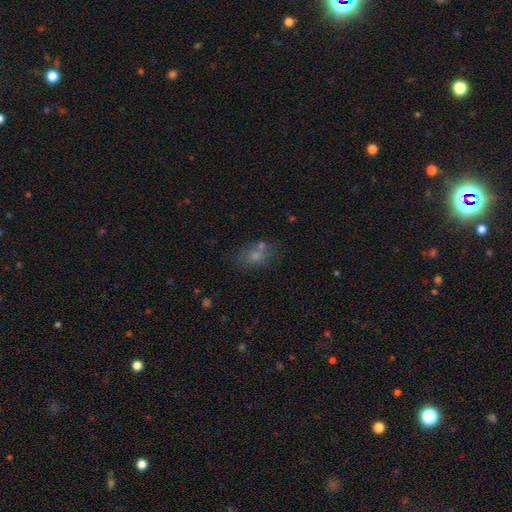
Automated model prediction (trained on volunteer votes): Smooth or featured? Predicted: smooth (p=0.56). How rounded? Predicted: in between (p=0.57). Merging? Predicted: none (p=0.59).